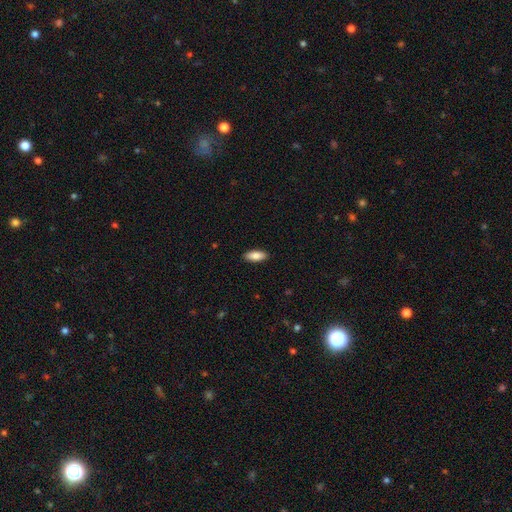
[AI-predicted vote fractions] This appears to be a smooth galaxy with no disk features (86%) that is in between round and cigar-shaped (81%). Merging: none (90%).